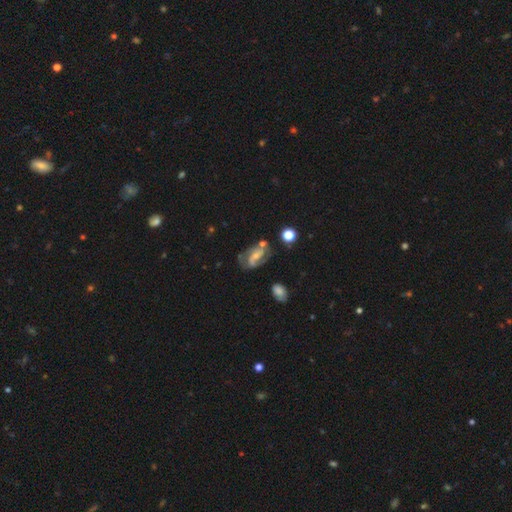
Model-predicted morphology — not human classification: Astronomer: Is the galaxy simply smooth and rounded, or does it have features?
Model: featured or disk — 74%.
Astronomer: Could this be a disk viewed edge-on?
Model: no — 96%.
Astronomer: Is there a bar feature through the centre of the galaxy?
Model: weak — 42% (runner-up: no, 38%).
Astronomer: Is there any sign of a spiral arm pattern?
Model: yes — 87%.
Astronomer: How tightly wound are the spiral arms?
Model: medium — 48% (runner-up: loose, 27%).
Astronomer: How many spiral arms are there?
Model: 2 — 77%.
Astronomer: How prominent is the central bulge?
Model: small — 54% (runner-up: moderate, 32%).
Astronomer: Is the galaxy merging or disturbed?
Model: none — 54%.